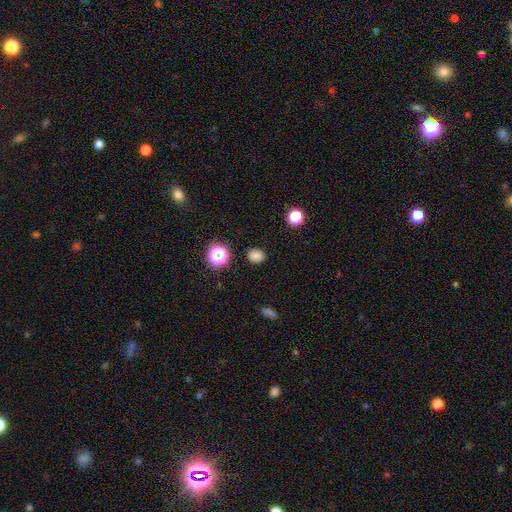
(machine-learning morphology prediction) Overall: smooth (79%). How rounded: round (53%; in between 46%). Merging: none (86%).